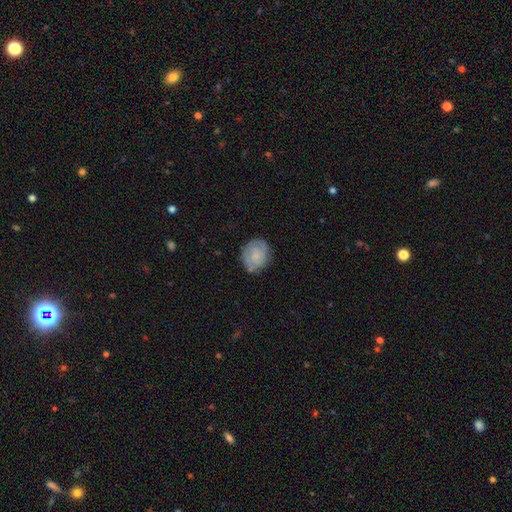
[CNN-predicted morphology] type=smooth (47%); merging=none (75%).